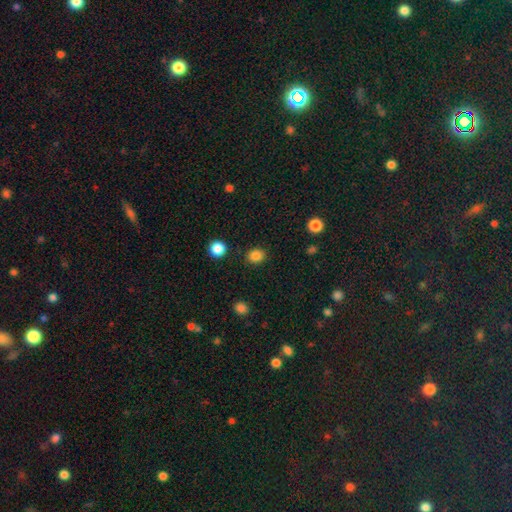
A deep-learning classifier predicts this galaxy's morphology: Smooth or featured?
  - smooth: 85% *
  - star or artifact: 12%
  - featured or disk: 4%
How rounded?
  - round: 75% *
  - in between: 24%
  - cigar-shaped: 1%
Merging?
  - none: 89% *
  - minor disturbance: 7%
  - major disturbance: 2%
  - merger: 2%